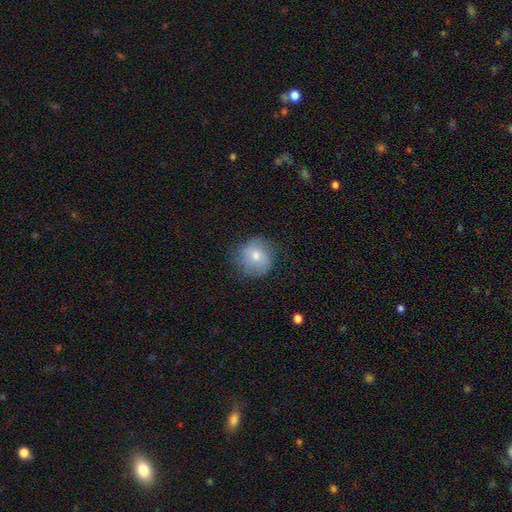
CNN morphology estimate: This is likely a smooth galaxy (66%). How rounded: clearly round (88%). Merging: likely none (72%).